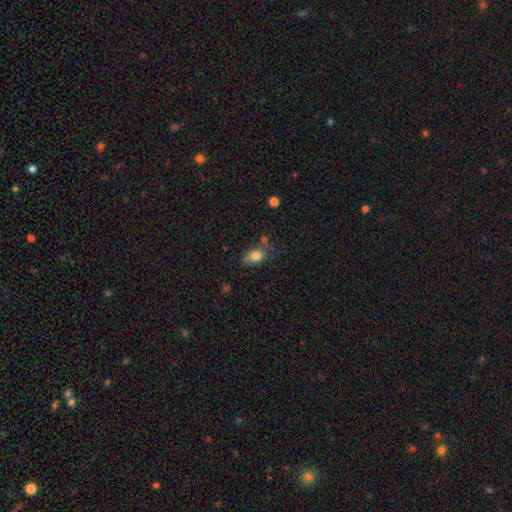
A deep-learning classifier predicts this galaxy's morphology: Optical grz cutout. It shows a smooth galaxy with no disk features (79%) that is in between round and cigar-shaped (75%). Merging: none (54%).